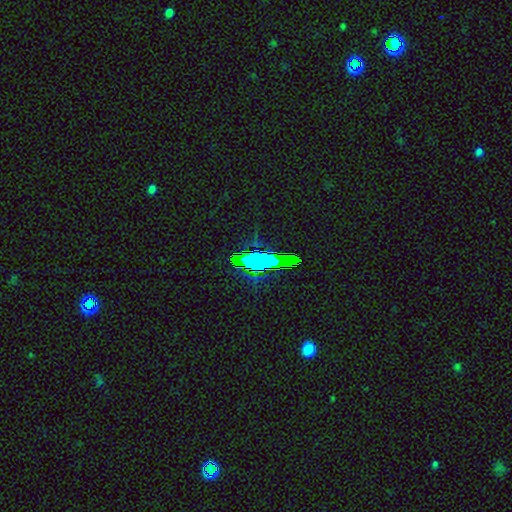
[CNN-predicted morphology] A star or artifact, not a galaxy (64%).

Vote fractions:
- Smooth or featured? star or artifact: 64% / smooth: 25% / featured or disk: 11%